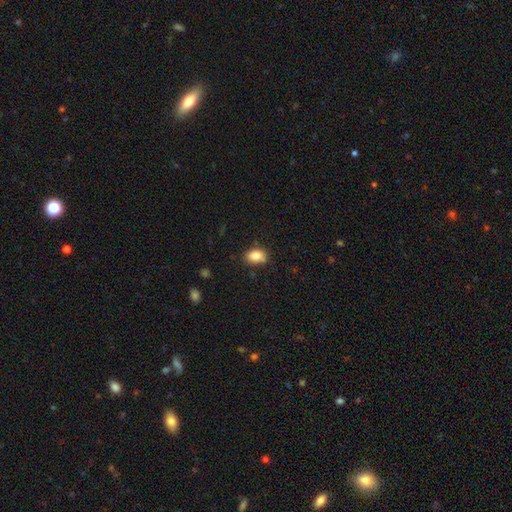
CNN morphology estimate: This is clearly a smooth galaxy (86%). How rounded: likely in between (78%). Merging: likely none (73%).